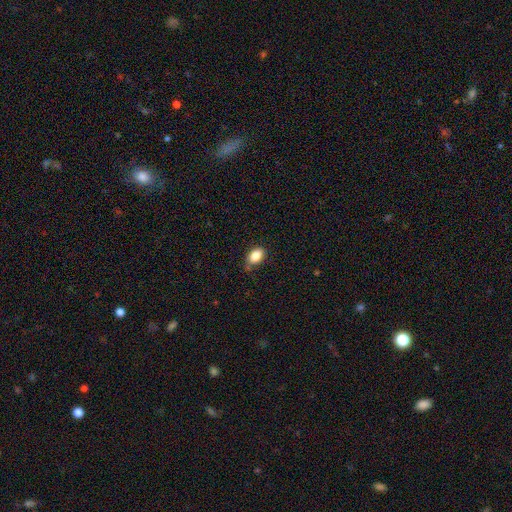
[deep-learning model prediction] Morphology: type=smooth (86%); roundness=in between (85%); merging=none (78%).